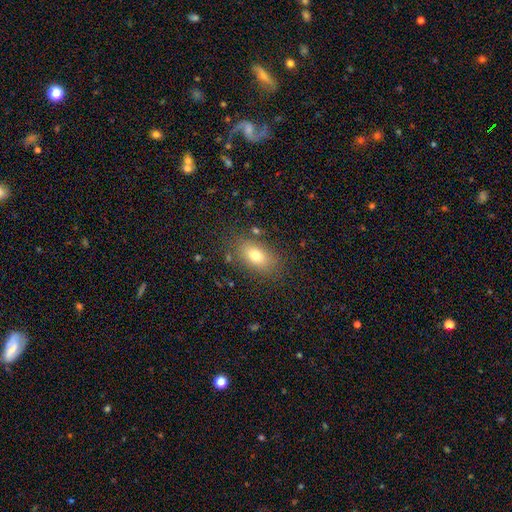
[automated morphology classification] type=smooth (75%); roundness=in between (86%); merging=none (80%).